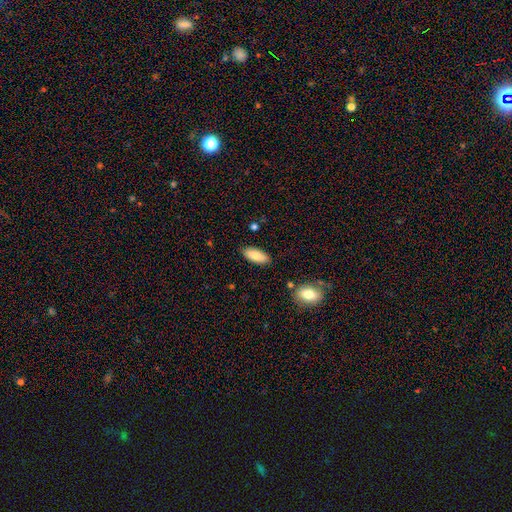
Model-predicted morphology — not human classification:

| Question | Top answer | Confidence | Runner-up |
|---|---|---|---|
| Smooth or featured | smooth | 82% | featured or disk (11%) |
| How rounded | in between | 85% | cigar-shaped (13%) |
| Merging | none | 86% | minor disturbance (10%) |